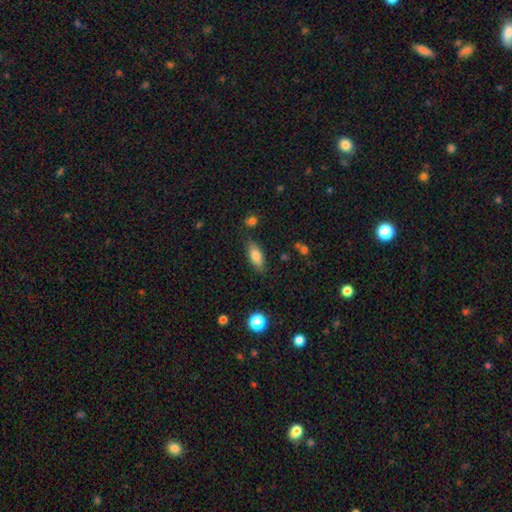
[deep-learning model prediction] This is clearly a smooth galaxy (80%). How rounded: likely in between (80%). Merging: clearly none (81%).